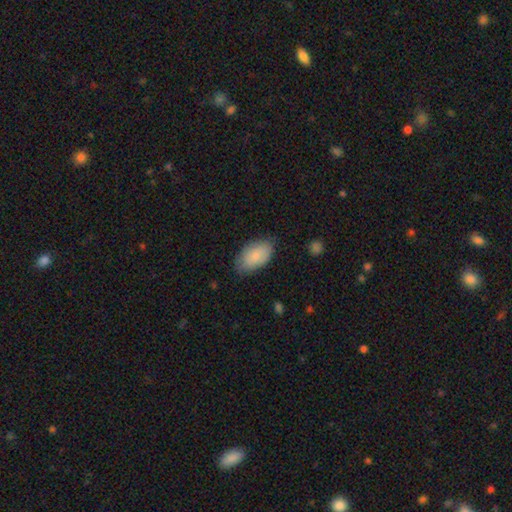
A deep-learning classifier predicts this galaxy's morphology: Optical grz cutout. It shows a smooth galaxy with no disk features (84%) that is in between round and cigar-shaped (94%). Merging: none (76%).